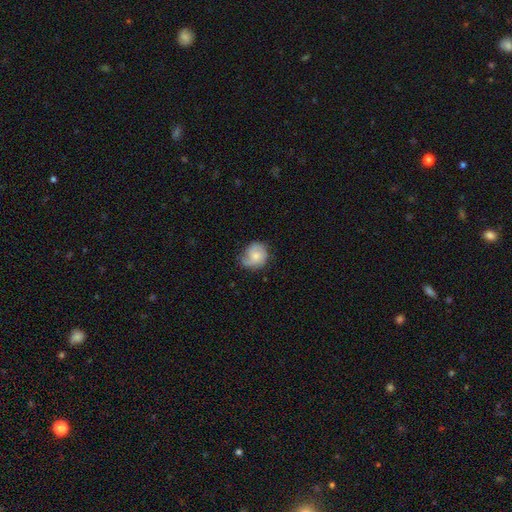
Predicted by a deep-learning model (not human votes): A featured or disk galaxy (47%). Merging: none (58%).